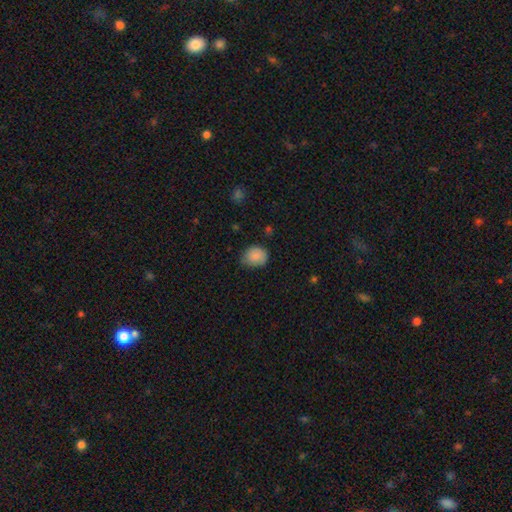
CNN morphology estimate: This appears to be a smooth galaxy with no disk features (85%) that is round (57%). Merging: none (64%).